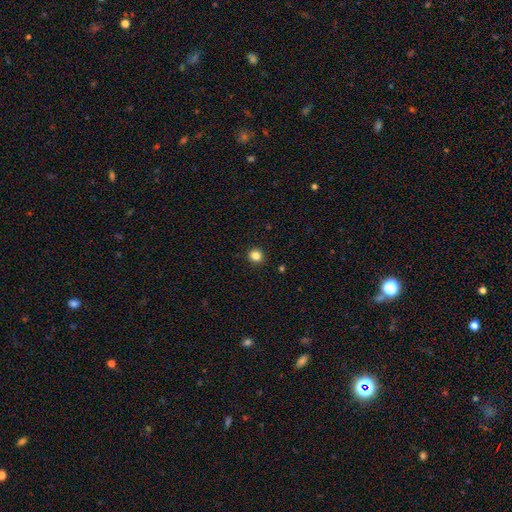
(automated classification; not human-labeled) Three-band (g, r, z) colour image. It shows a smooth galaxy with no disk features (84%) that is round (92%). Merging: none (93%).